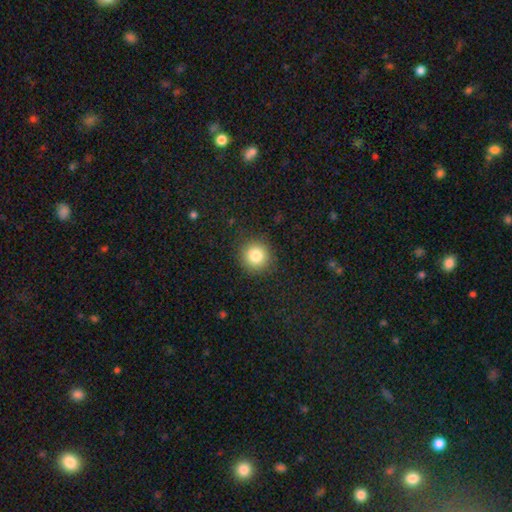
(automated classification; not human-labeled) This is clearly a smooth galaxy (83%). How rounded: clearly round (93%). Merging: clearly none (90%).